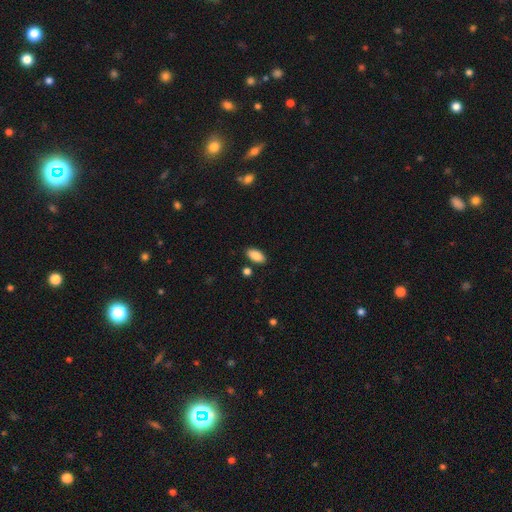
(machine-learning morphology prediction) smooth_or_featured: smooth (p=0.88) [alt: star or artifact p=0.07]
how_rounded: in between (p=0.92) [alt: cigar-shaped p=0.06]
merging: none (p=0.85) [alt: minor disturbance p=0.09]